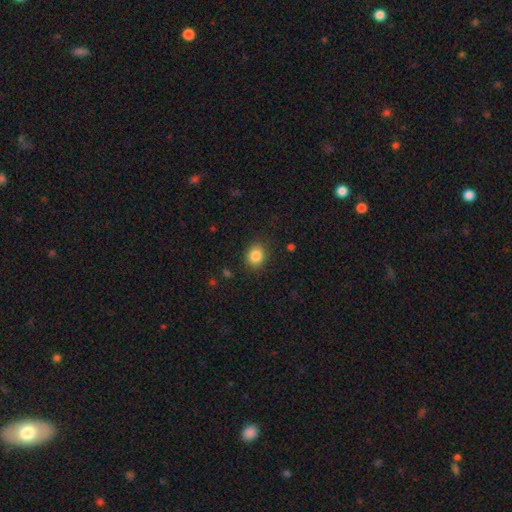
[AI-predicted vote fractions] Smooth or featured? smooth (85%)
How rounded? round (68%)
Merging? none (86%)